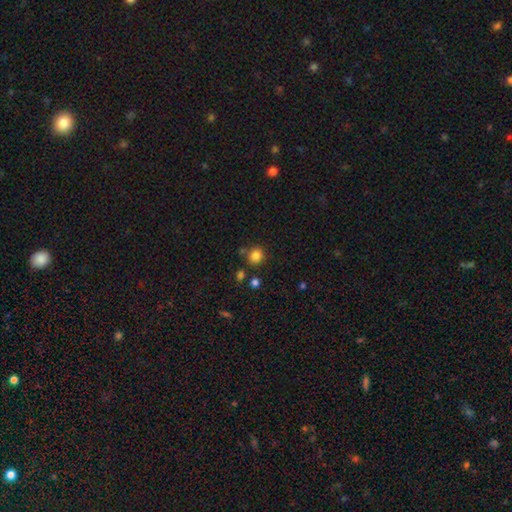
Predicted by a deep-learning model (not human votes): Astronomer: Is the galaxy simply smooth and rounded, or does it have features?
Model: smooth — 83%.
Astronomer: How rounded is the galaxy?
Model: round — 88%.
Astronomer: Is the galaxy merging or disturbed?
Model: none — 76%.